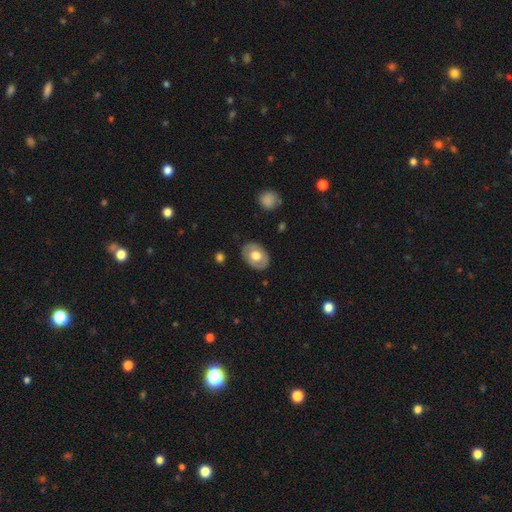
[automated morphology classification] smooth-or-featured: smooth: 56% | featured or disk: 38% | star or artifact: 6%
  how-rounded: in between: 76% | round: 23% | cigar-shaped: 1%
  merging: none: 82% | minor disturbance: 13% | major disturbance: 3% | merger: 1%